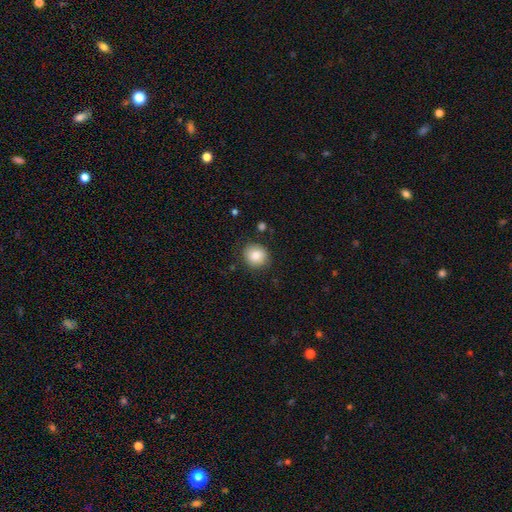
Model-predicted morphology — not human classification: Smooth or featured? Predicted: smooth (p=0.84). How rounded? Predicted: round (p=0.82). Merging? Predicted: none (p=0.85).